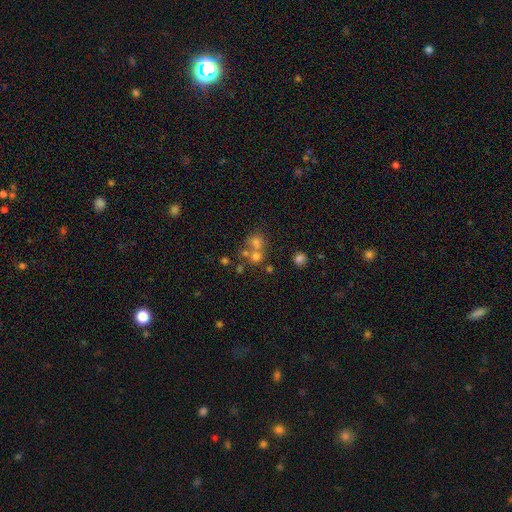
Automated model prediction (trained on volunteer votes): Smooth or featured?
  - smooth: 56% *
  - star or artifact: 23%
  - featured or disk: 22%
How rounded?
  - round: 79% *
  - in between: 20%
  - cigar-shaped: 1%
Merging?
  - merger: 48% *
  - none: 39%
  - minor disturbance: 7%
  - major disturbance: 5%